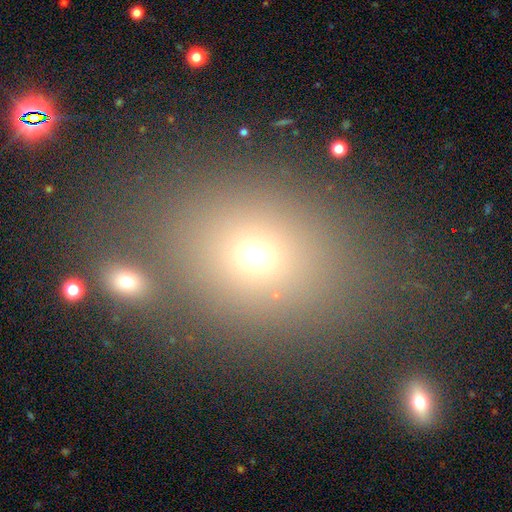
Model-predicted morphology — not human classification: type=smooth (66%); roundness=round (54%); merging=none (70%).